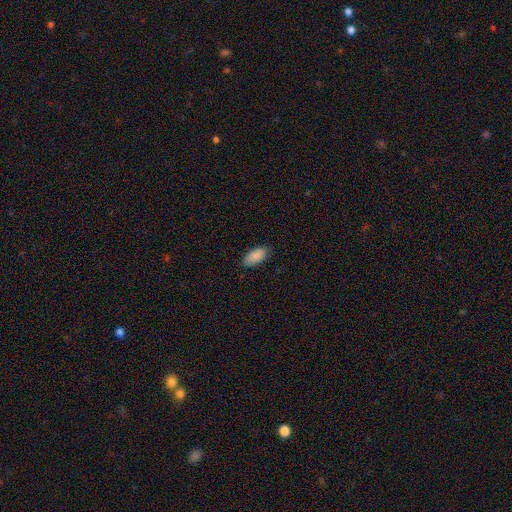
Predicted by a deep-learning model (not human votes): Overall: smooth (89%). How rounded: in between (90%). Merging: none (85%).